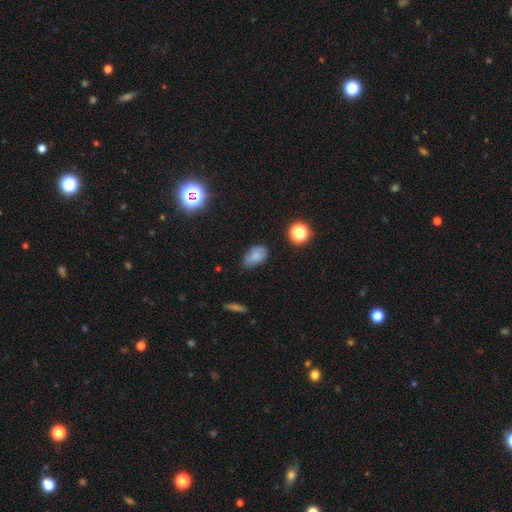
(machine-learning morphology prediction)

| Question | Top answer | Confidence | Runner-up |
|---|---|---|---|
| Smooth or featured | smooth | 77% | star or artifact (12%) |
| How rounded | in between | 88% | round (11%) |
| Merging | none | 62% | minor disturbance (30%) |